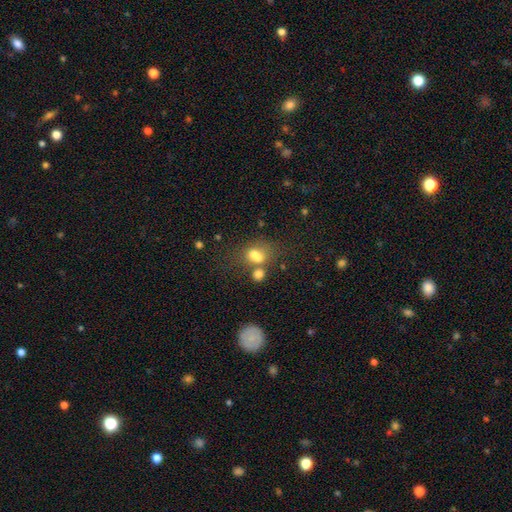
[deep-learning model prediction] smooth 69%, featured or disk 16%, star or artifact 15%. Down the decision tree: how rounded — in between (57%); merging — merger (48%).